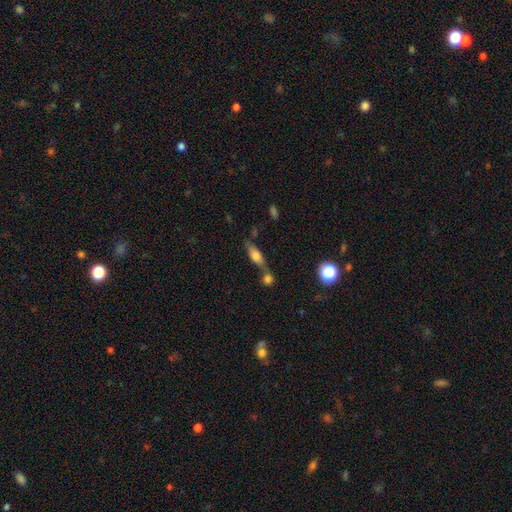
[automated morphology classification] Smooth or featured: smooth — 68% (featured or disk — 23%)
How rounded: in between — 64% (cigar-shaped — 31%)
Merging: none — 46% (merger — 34%)